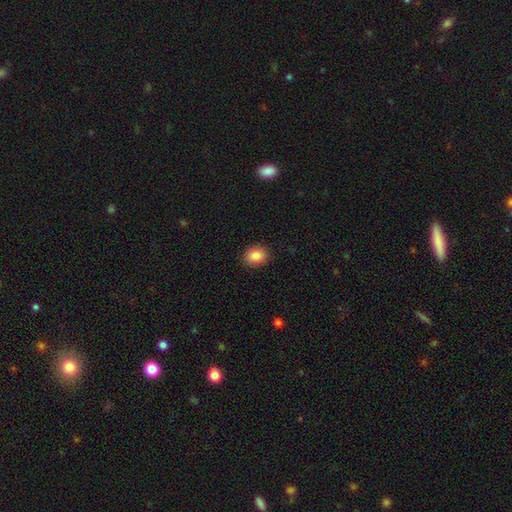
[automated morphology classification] A smooth galaxy with no disk features (87%) that is in between round and cigar-shaped (53%). Merging: none (89%).